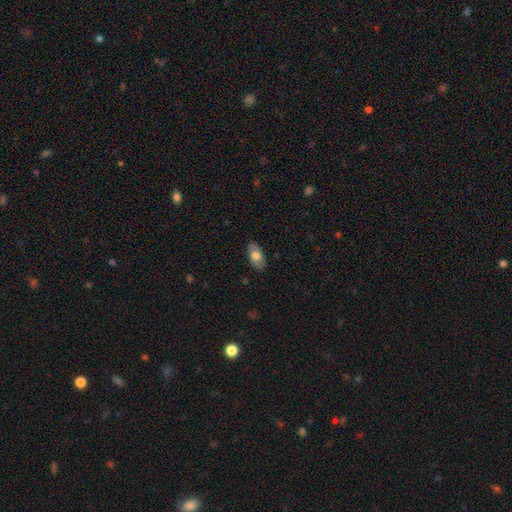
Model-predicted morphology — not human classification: smooth-or-featured: smooth: 72% | featured or disk: 22% | star or artifact: 6%
  how-rounded: in between: 93% | round: 4% | cigar-shaped: 3%
  merging: none: 85% | minor disturbance: 12% | major disturbance: 2% | merger: 1%